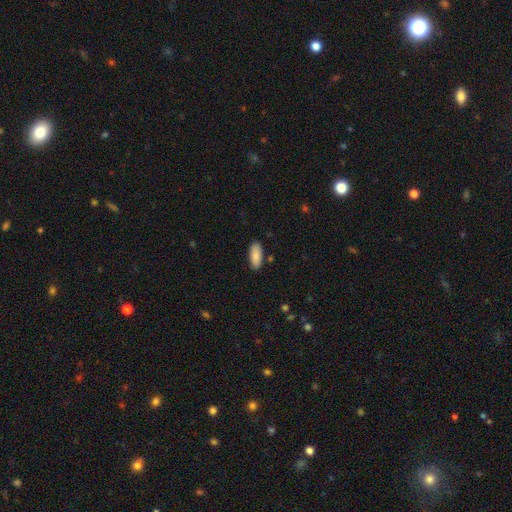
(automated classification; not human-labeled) This is clearly a smooth galaxy (87%). How rounded: clearly in between (82%). Merging: clearly none (86%).